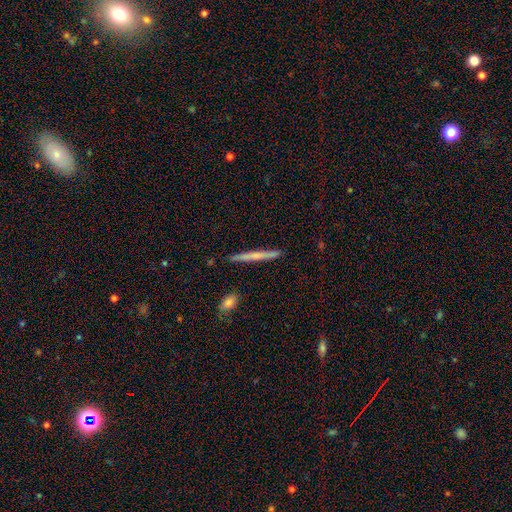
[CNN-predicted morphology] smooth-or-featured: smooth: 52% | featured or disk: 42% | star or artifact: 6%
  how-rounded: cigar-shaped: 96% | in between: 2% | round: 2%
  merging: none: 90% | minor disturbance: 7% | merger: 2% | major disturbance: 1%